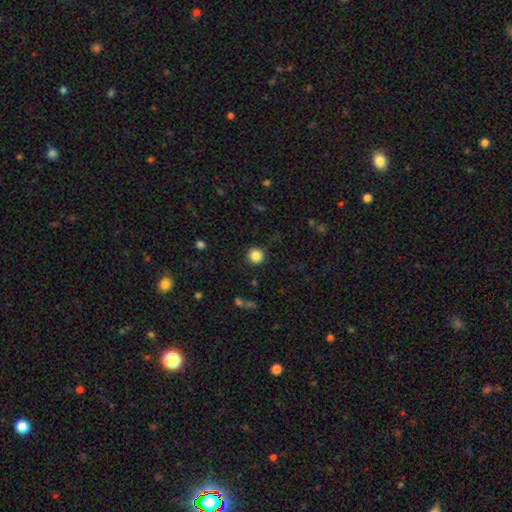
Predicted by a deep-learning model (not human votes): Q: Smooth or featured?
A: smooth (85%); runner-up: star or artifact (11%)
Q: How rounded?
A: round (95%); runner-up: in between (4%)
Q: Merging?
A: none (91%); runner-up: minor disturbance (6%)